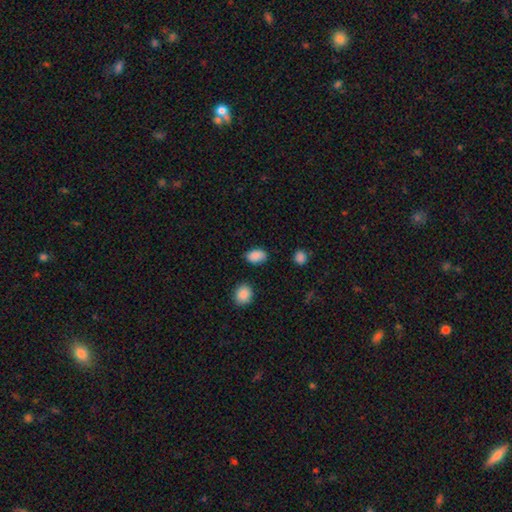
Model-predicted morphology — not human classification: type=smooth (88%); roundness=in between (85%); merging=none (82%).